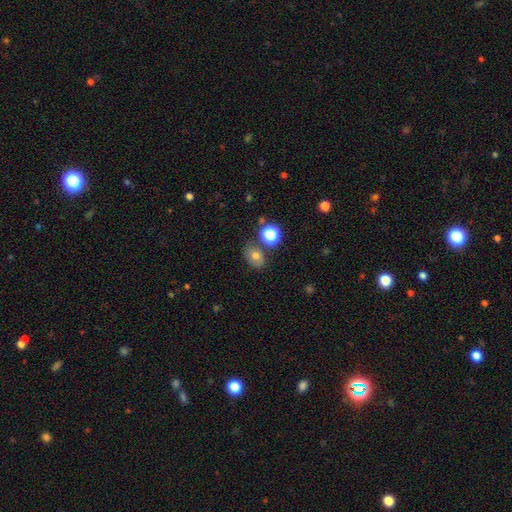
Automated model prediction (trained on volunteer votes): Q: Smooth or featured?
A: smooth (71%); runner-up: star or artifact (16%)
Q: How rounded?
A: in between (62%); runner-up: round (36%)
Q: Merging?
A: none (72%); runner-up: minor disturbance (14%)